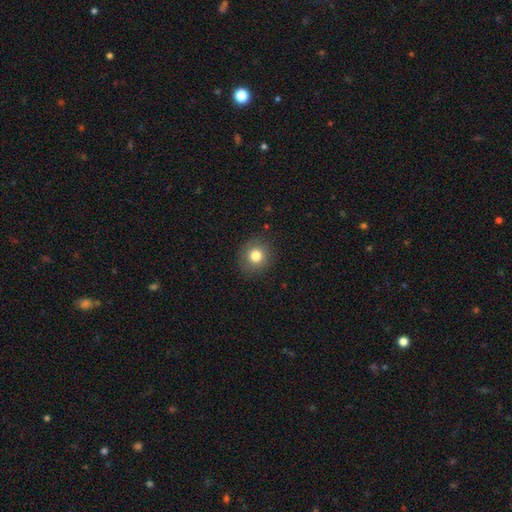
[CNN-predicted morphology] Smooth or featured? smooth (80%)
How rounded? round (88%)
Merging? none (87%)